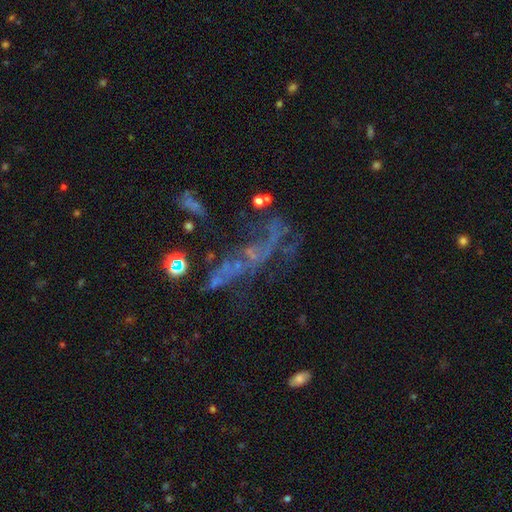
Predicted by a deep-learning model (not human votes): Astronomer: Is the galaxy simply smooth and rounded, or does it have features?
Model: featured or disk — 48% (runner-up: star or artifact, 36%).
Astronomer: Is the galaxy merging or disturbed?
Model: major disturbance — 36% (runner-up: none, 35%).